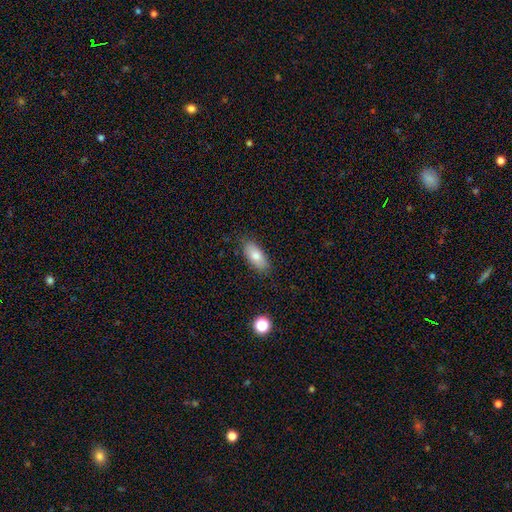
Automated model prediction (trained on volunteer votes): smooth_or_featured: smooth (p=0.77) [alt: featured or disk p=0.15]
how_rounded: in between (p=0.86) [alt: cigar-shaped p=0.11]
merging: none (p=0.84) [alt: minor disturbance p=0.12]